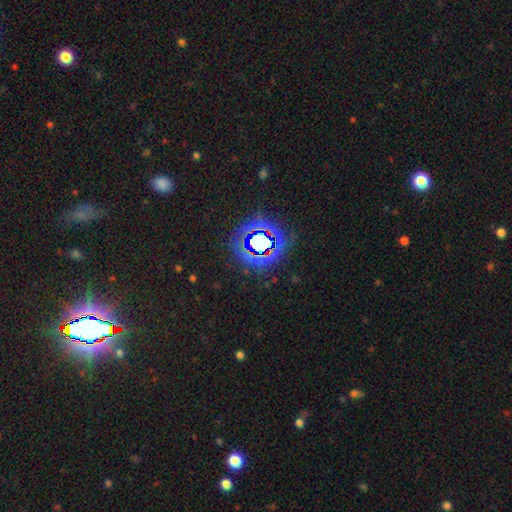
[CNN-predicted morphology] Q: Smooth or featured?
A: star or artifact (83%); runner-up: smooth (10%)